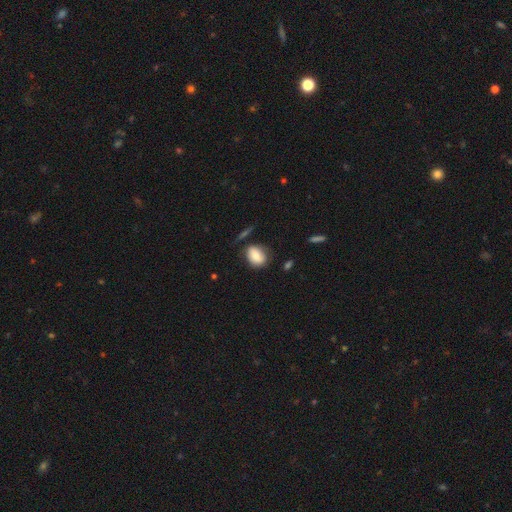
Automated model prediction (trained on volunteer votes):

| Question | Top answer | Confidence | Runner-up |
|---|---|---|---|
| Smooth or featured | smooth | 77% | featured or disk (15%) |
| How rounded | in between | 64% | round (35%) |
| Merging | none | 64% | minor disturbance (23%) |